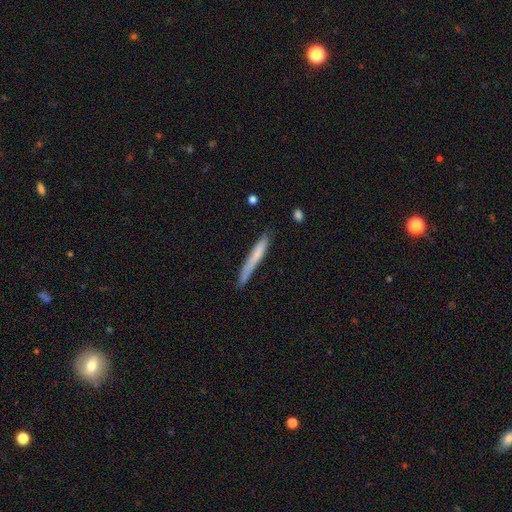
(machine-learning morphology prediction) Overall: smooth (68%). How rounded: cigar-shaped (96%). Merging: none (77%).